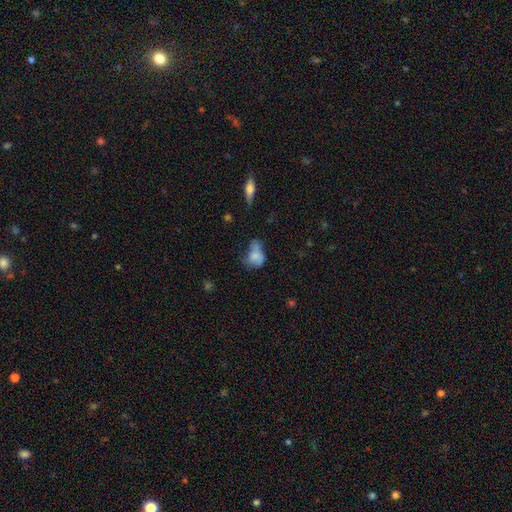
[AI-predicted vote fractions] smooth_or_featured: smooth (p=0.66) [alt: featured or disk p=0.22]
how_rounded: in between (p=0.72) [alt: round p=0.26]
merging: minor disturbance (p=0.30) [alt: major disturbance p=0.28]